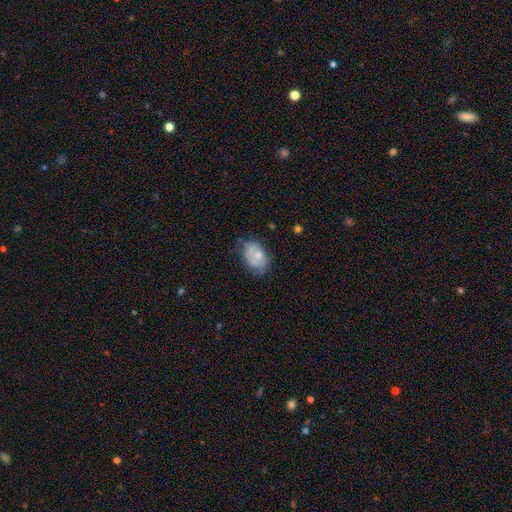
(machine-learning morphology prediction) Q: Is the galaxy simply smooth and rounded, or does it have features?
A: smooth — 64%.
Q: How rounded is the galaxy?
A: in between — 82%.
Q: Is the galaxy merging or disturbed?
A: none — 47%.